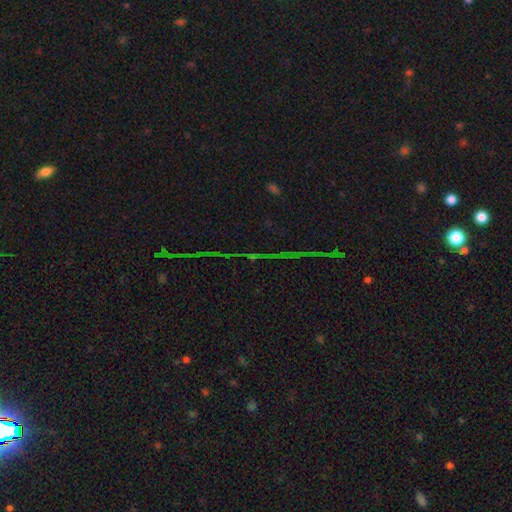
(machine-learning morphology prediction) Smooth or featured? star or artifact (76%)